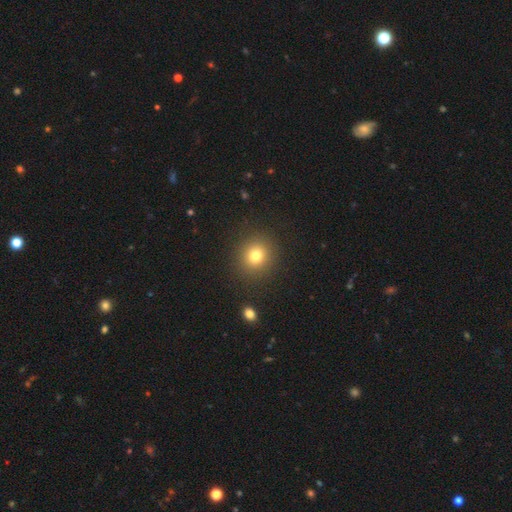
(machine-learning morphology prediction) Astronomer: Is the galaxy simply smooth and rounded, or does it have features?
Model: smooth — 77%.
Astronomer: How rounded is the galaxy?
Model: round — 88%.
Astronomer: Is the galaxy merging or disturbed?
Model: none — 89%.